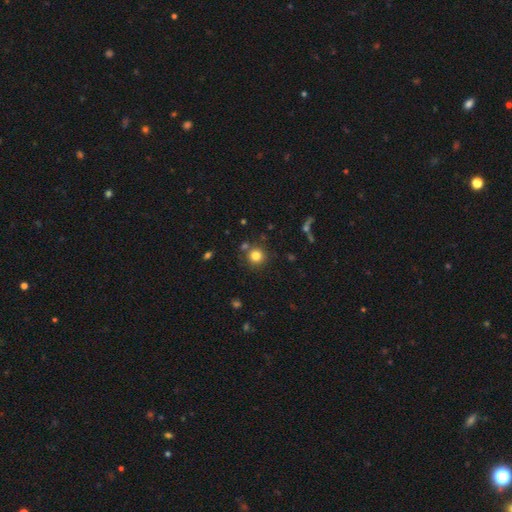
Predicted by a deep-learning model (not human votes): smooth_or_featured: smooth (p=0.80) [alt: star or artifact p=0.13]
how_rounded: round (p=0.93) [alt: in between p=0.06]
merging: none (p=0.80) [alt: merger p=0.09]